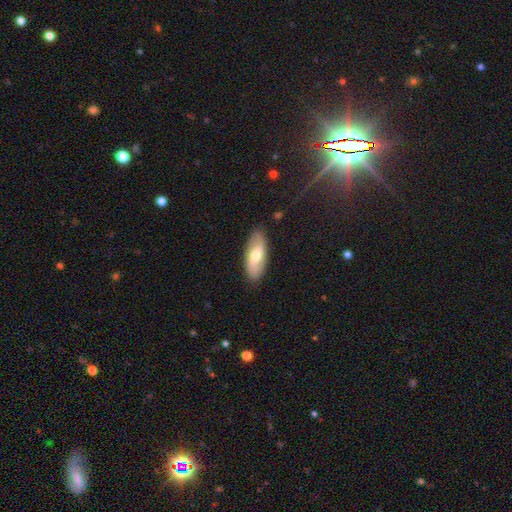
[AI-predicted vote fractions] A smooth galaxy with no disk features (56%) that is in between round and cigar-shaped (77%).

Vote fractions:
- Smooth or featured? smooth: 56% / featured or disk: 38% / star or artifact: 6%
- How rounded? in between: 77% / cigar-shaped: 20% / round: 3%
- Merging? none: 86% / minor disturbance: 11% / major disturbance: 2% / merger: 1%